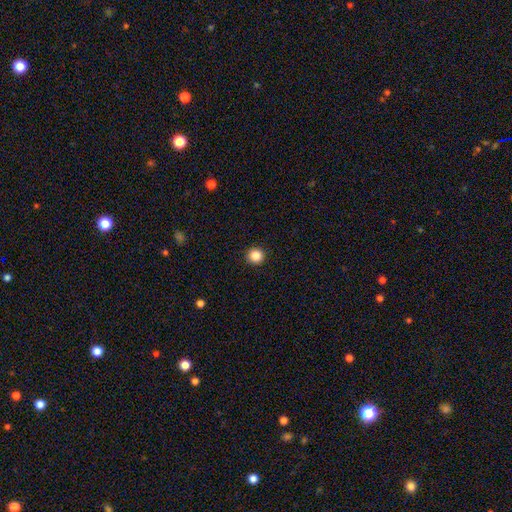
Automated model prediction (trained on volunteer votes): Smooth or featured? Predicted: smooth (p=0.87). How rounded? Predicted: round (p=0.95). Merging? Predicted: none (p=0.92).